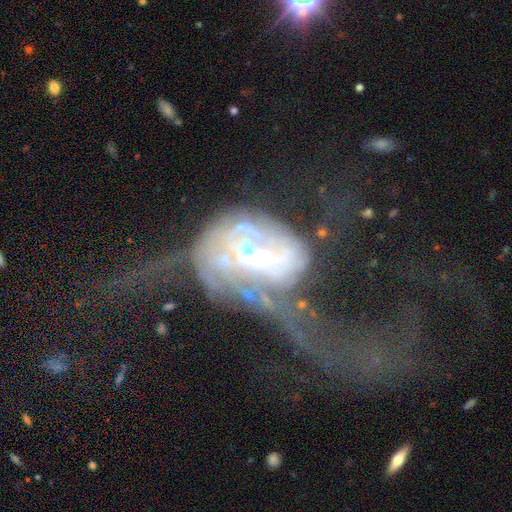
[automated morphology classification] Smooth or featured: featured or disk — 75% (smooth — 16%)
Edge-on disk: no — 95% (yes — 5%)
Bar: no — 74% (weak — 19%)
Spiral arms: yes — 59% (no — 41%)
Bulge size: moderate — 69% (small — 16%)
Merging: merger — 49% (major disturbance — 39%)